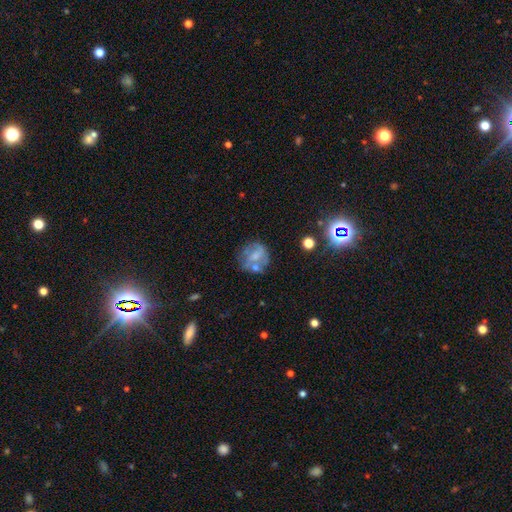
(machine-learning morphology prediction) The model was most divided on "smooth or featured": smooth: 45%, featured or disk: 43%, star or artifact: 11%. Remaining: merging — none (48%).